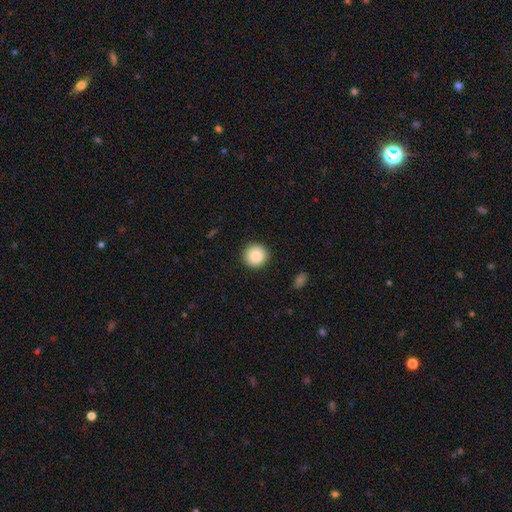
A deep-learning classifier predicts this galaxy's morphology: A smooth galaxy with no disk features (88%) that is round (94%). Merging: none (91%).